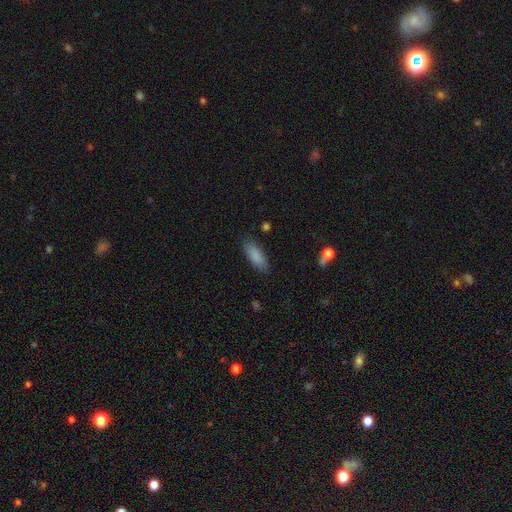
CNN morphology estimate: The model was most divided on "how rounded": in between: 64%, cigar-shaped: 34%, round: 2%. More confident: smooth or featured — smooth (87%); merging — none (86%).